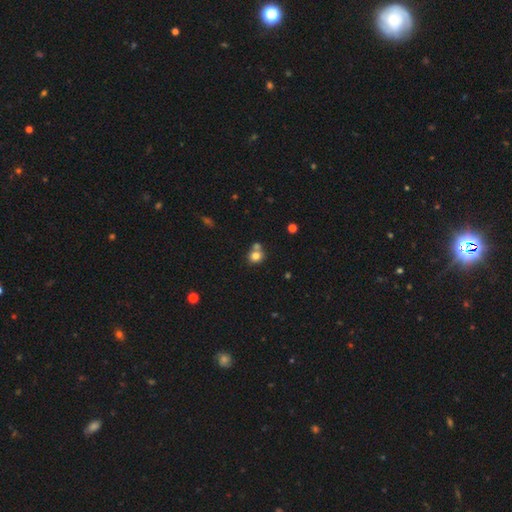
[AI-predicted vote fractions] The model was most divided on "merging": none: 52%, merger: 34%, minor disturbance: 10%, major disturbance: 3%. More confident: how rounded — round (79%); smooth or featured — smooth (78%).